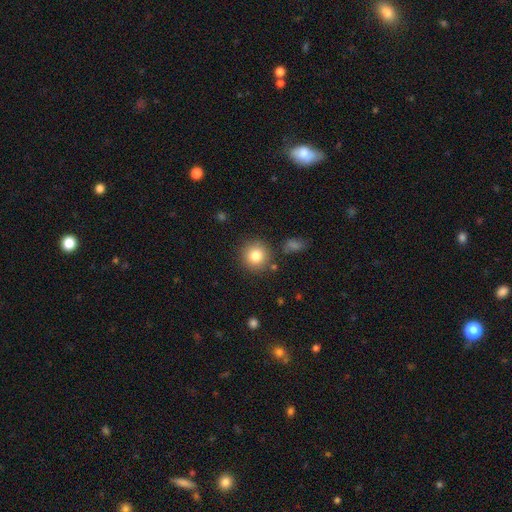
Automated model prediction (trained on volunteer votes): Smooth or featured? Predicted: smooth (p=0.82). How rounded? Predicted: round (p=0.93). Merging? Predicted: none (p=0.85).